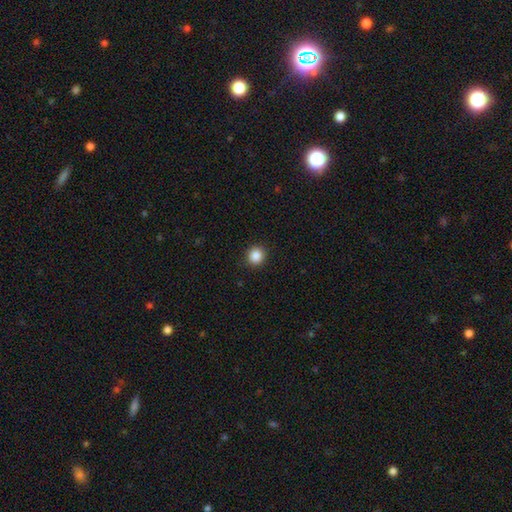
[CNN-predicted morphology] smooth 87%, star or artifact 10%, featured or disk 3%. Down the decision tree: how rounded — round (91%); merging — none (92%).